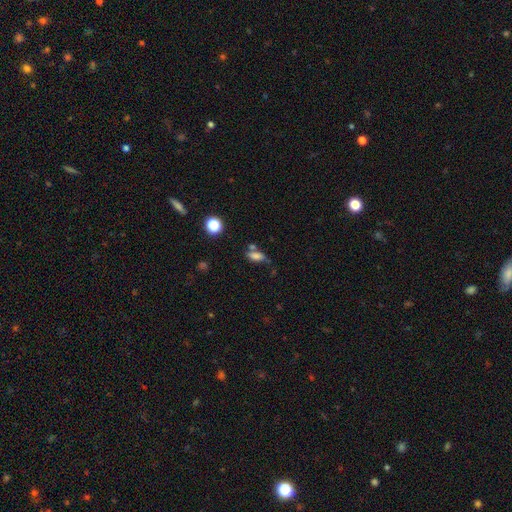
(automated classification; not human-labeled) Smooth or featured? Predicted: smooth (p=0.72). How rounded? Predicted: in between (p=0.71). Merging? Predicted: none (p=0.48).